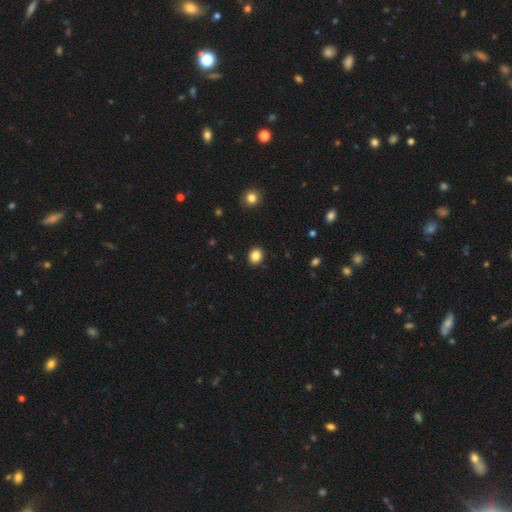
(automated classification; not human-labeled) Smooth or featured: smooth — 86% (star or artifact — 10%)
How rounded: round — 65% (in between — 34%)
Merging: none — 91% (minor disturbance — 6%)